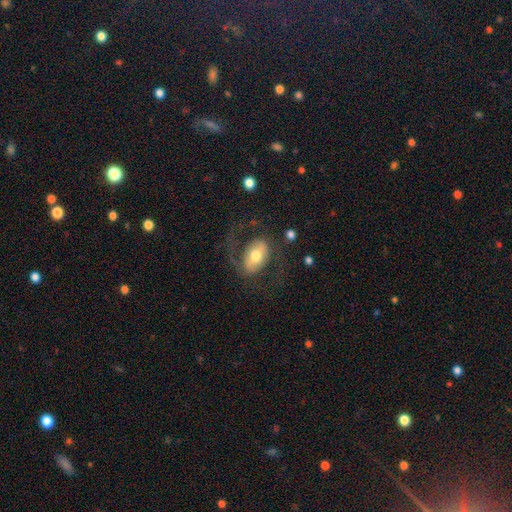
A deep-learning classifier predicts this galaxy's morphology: featured or disk 57%, smooth 36%, star or artifact 7%. Down the decision tree: edge-on disk — no (93%); bar — weak (34%, tied with strong); spiral arms — yes (68%); bulge size — moderate (66%); merging — none (60%).